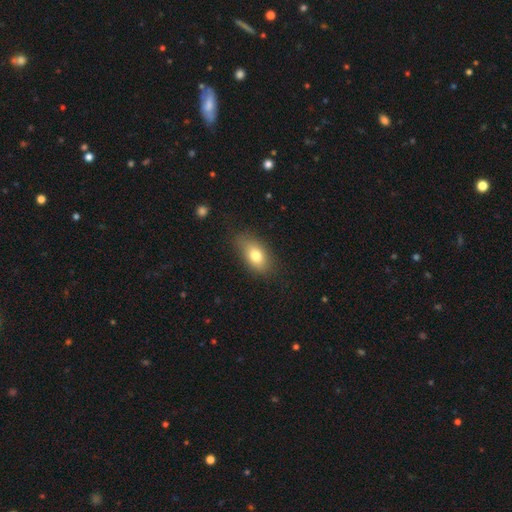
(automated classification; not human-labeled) Smooth or featured? smooth (77%)
How rounded? in between (87%)
Merging? none (74%)